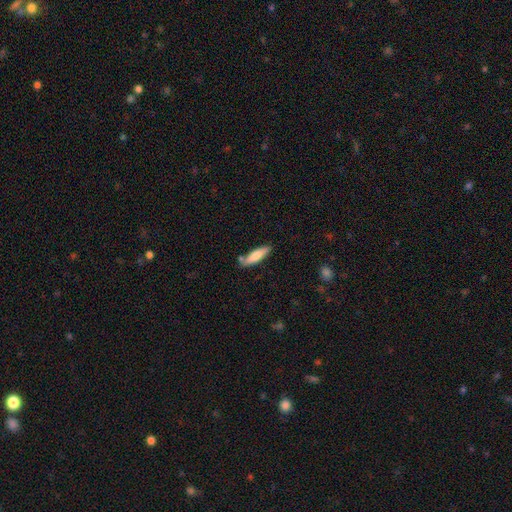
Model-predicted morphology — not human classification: Q: Smooth or featured?
A: smooth (76%); runner-up: featured or disk (18%)
Q: How rounded?
A: cigar-shaped (66%); runner-up: in between (33%)
Q: Merging?
A: none (77%); runner-up: minor disturbance (14%)